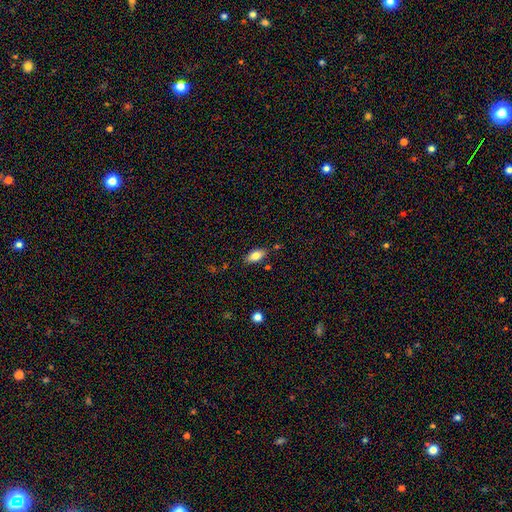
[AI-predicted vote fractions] This is clearly a smooth galaxy (82%). How rounded: clearly in between (91%). Merging: clearly none (81%).